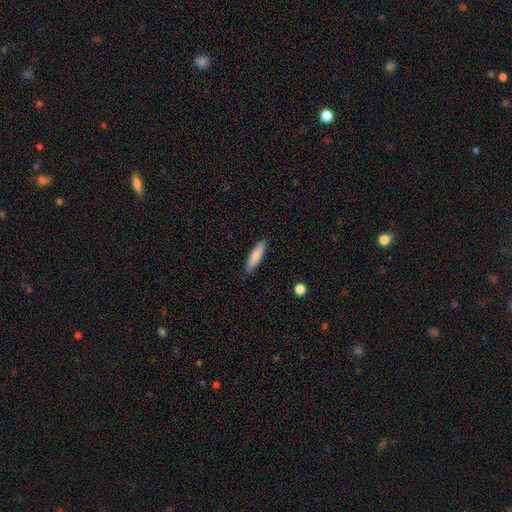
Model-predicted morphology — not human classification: Q: Smooth or featured?
A: smooth (85%); runner-up: featured or disk (9%)
Q: How rounded?
A: cigar-shaped (69%); runner-up: in between (29%)
Q: Merging?
A: none (88%); runner-up: minor disturbance (9%)